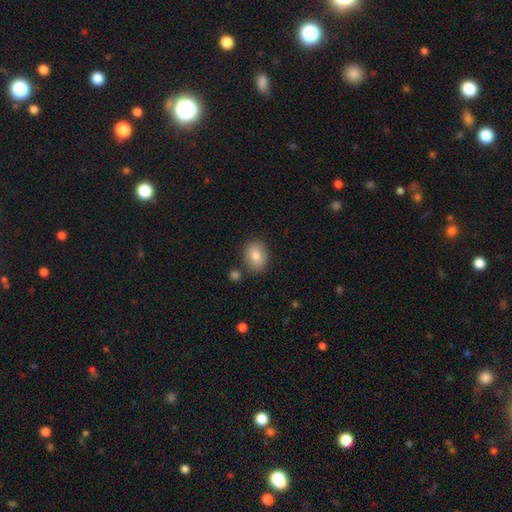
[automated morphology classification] A smooth galaxy with no disk features (80%) that is in between round and cigar-shaped (65%).

Vote fractions:
- Smooth or featured? smooth: 80% / featured or disk: 12% / star or artifact: 8%
- How rounded? in between: 65% / round: 34% / cigar-shaped: 1%
- Merging? none: 81% / minor disturbance: 11% / merger: 5% / major disturbance: 3%